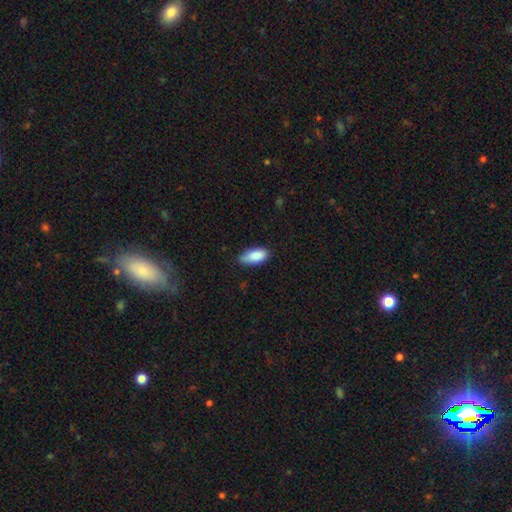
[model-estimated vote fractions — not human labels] Morphology: type=smooth (86%); roundness=in between (88%); merging=none (68%).